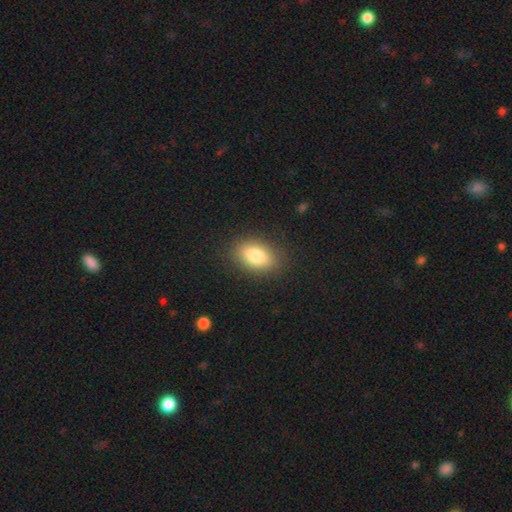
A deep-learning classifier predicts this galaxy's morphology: A smooth galaxy with no disk features (83%) that is in between round and cigar-shaped (86%). Merging: none (87%).